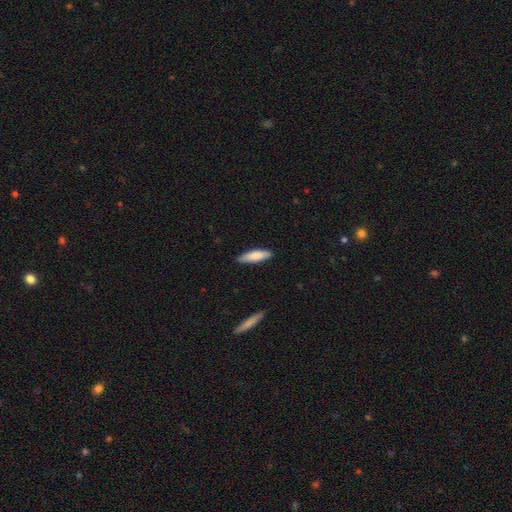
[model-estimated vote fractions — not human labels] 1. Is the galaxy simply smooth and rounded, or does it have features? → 81% smooth, 14% featured or disk, 5% star or artifact.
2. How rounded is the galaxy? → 56% cigar-shaped, 43% in between, 1% round.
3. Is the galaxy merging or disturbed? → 86% none, 11% minor disturbance, 2% major disturbance, 1% merger.